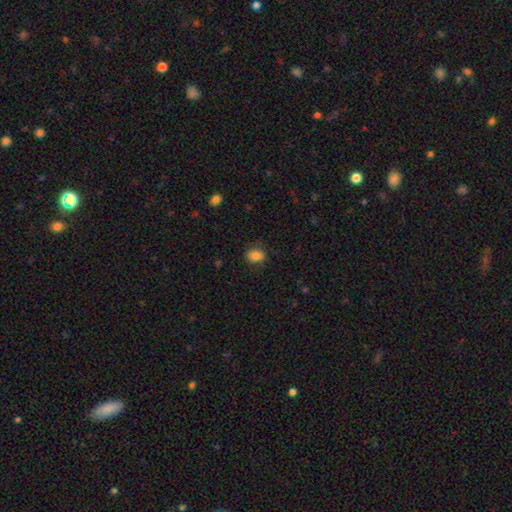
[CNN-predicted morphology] This appears to be a smooth galaxy with no disk features (85%) that is in between round and cigar-shaped (71%). Merging: none (82%).